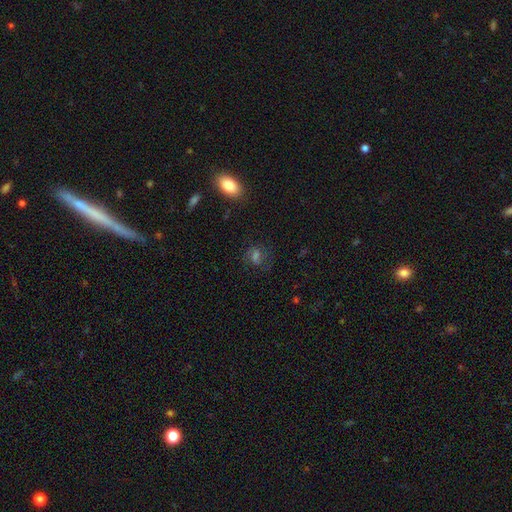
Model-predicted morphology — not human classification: smooth_or_featured: smooth (p=0.48) [alt: featured or disk p=0.28]
merging: none (p=0.69) [alt: minor disturbance p=0.17]